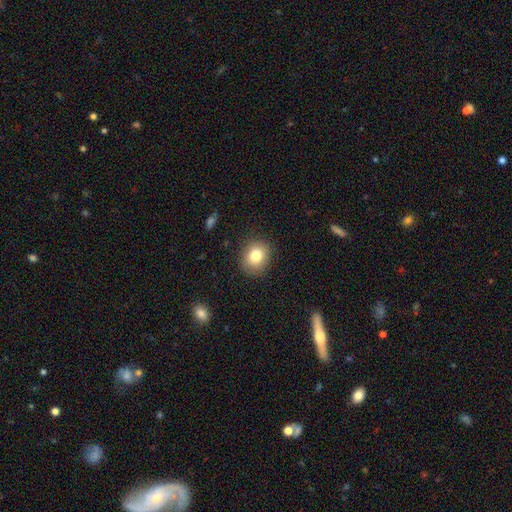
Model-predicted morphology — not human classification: Overall: smooth (80%). How rounded: round (69%; in between 30%). Merging: none (86%).